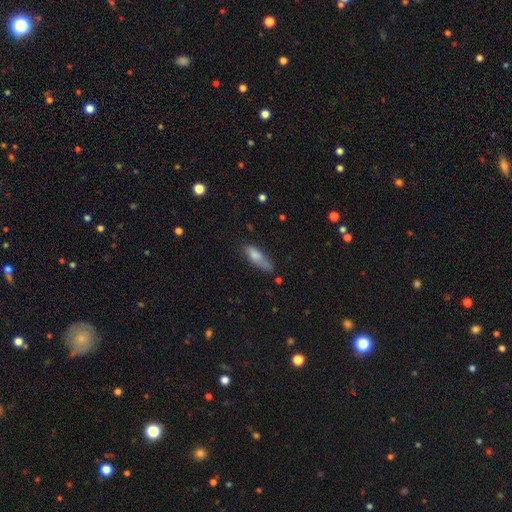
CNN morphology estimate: Smooth or featured? Predicted: smooth (p=0.76). How rounded? Predicted: in between (p=0.55). Merging? Predicted: none (p=0.47).